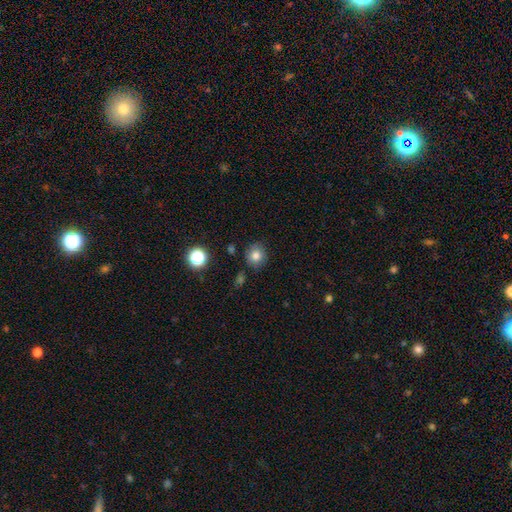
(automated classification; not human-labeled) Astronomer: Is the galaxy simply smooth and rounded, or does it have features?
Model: smooth — 79%.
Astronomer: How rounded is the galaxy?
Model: round — 86%.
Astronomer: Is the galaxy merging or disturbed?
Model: none — 82%.